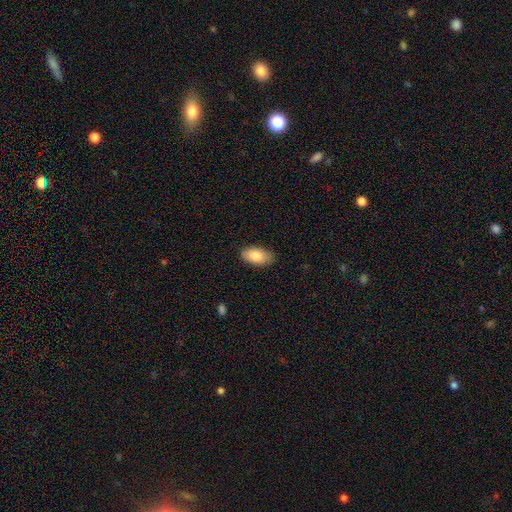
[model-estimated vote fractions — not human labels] This is clearly a smooth galaxy (86%). How rounded: clearly in between (94%). Merging: clearly none (84%).